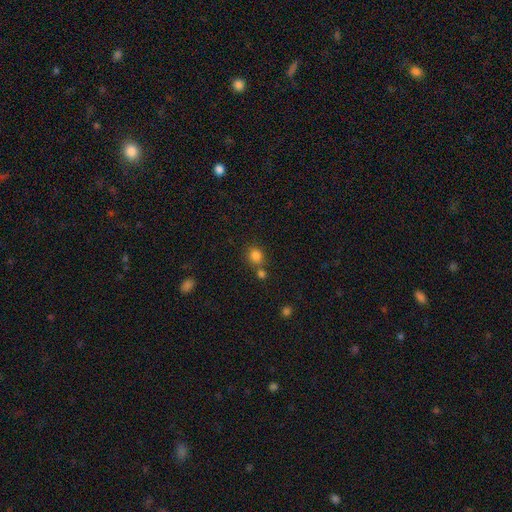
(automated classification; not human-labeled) smooth_or_featured: smooth (p=0.82) [alt: star or artifact p=0.13]
how_rounded: round (p=0.84) [alt: in between p=0.15]
merging: none (p=0.65) [alt: merger p=0.23]